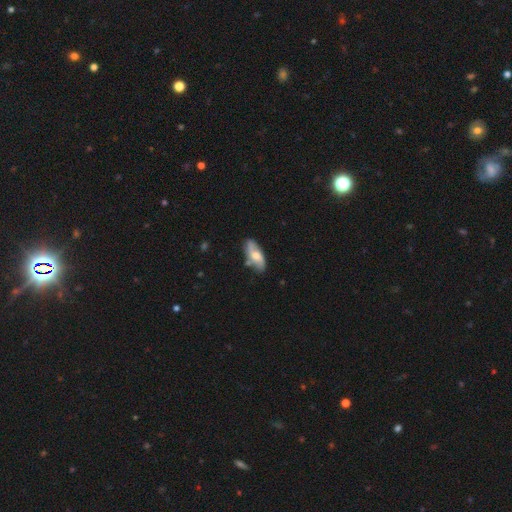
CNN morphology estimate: This appears to be a featured or disk galaxy (57%). Merging: none (73%).